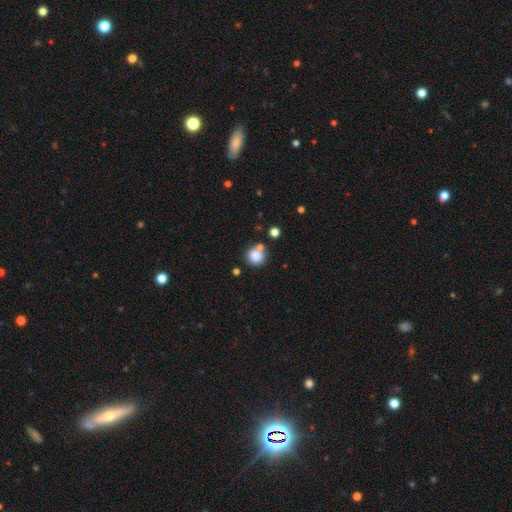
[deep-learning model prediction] Smooth or featured: smooth — 83% (star or artifact — 11%)
How rounded: round — 90% (in between — 9%)
Merging: none — 67% (merger — 18%)